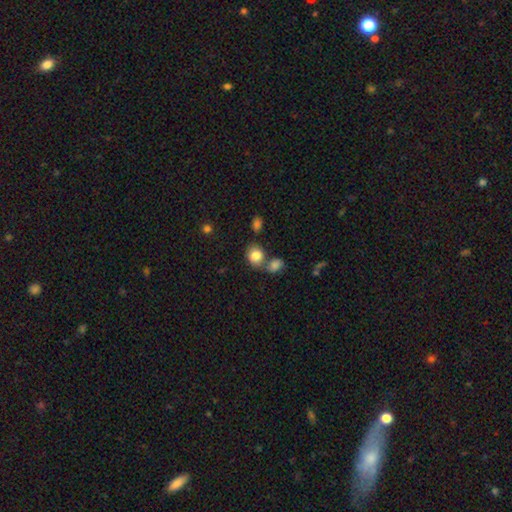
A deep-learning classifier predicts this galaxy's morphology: type=smooth (83%); roundness=round (61%); merging=none (53%).